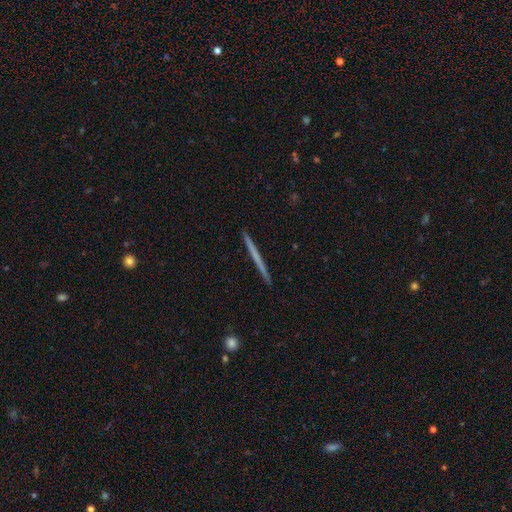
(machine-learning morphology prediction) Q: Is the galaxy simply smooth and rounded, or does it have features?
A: featured or disk — 49%.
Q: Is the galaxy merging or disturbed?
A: none — 93%.